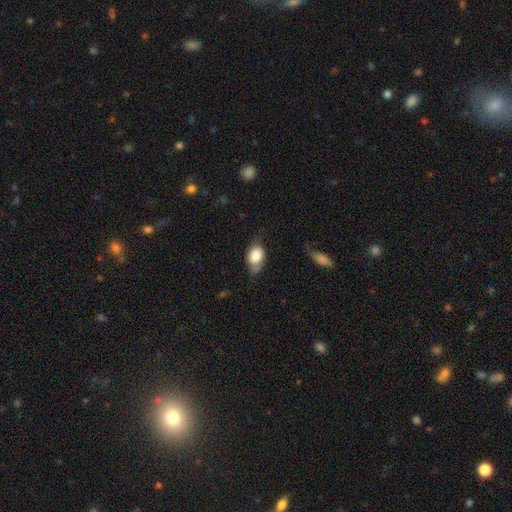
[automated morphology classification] A smooth galaxy with no disk features (74%) that is in between round and cigar-shaped (84%). Merging: none (45%).